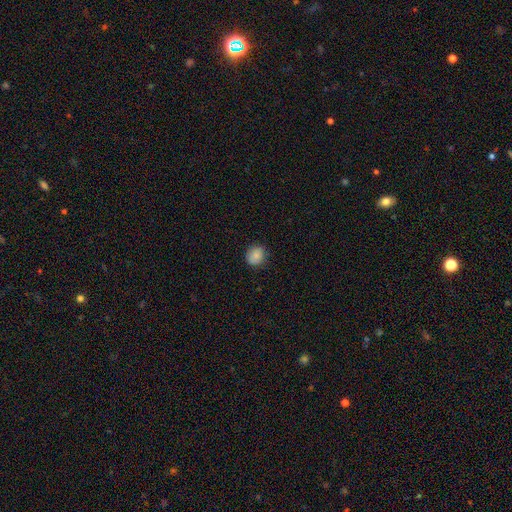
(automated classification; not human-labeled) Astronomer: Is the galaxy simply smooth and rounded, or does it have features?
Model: smooth — 85%.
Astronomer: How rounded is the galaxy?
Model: round — 75%.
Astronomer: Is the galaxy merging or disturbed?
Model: none — 85%.